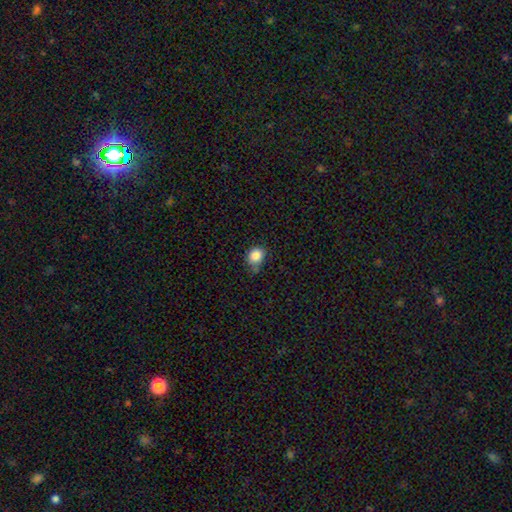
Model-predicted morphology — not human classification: This appears to be a smooth galaxy with no disk features (85%) that is round (60%). Merging: none (61%).